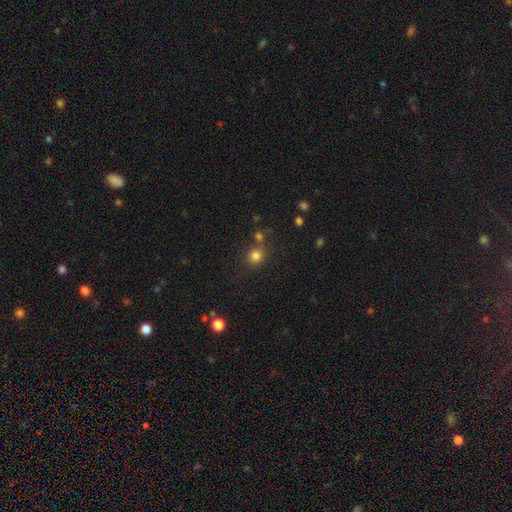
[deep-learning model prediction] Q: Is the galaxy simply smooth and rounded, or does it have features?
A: smooth — 81%.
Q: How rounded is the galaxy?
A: round — 87%.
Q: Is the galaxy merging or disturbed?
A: none — 73%.